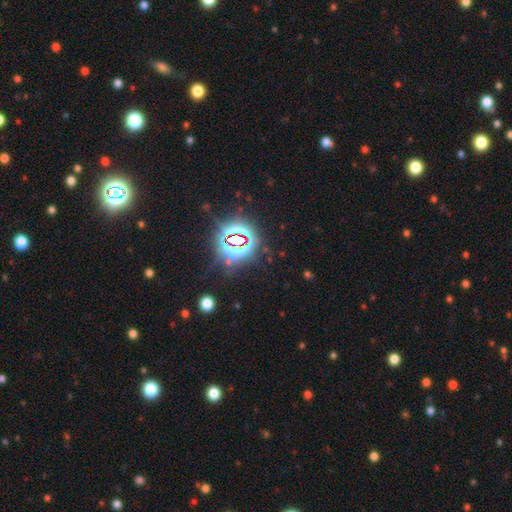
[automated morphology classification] Smooth or featured? Predicted: star or artifact (p=0.77).